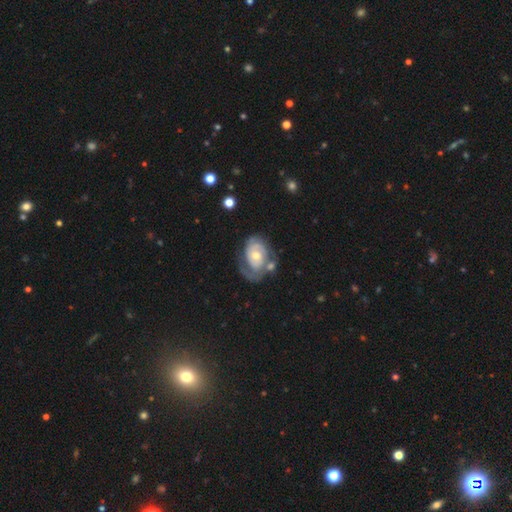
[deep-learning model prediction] featured or disk 81%, smooth 14%, star or artifact 5%. Down the decision tree: edge-on disk — no (97%); bar — no (69%); spiral arms — yes (90%); spiral arm count — 2 (52%); spiral winding — tight (60%); bulge size — moderate (56%); merging — none (53%).